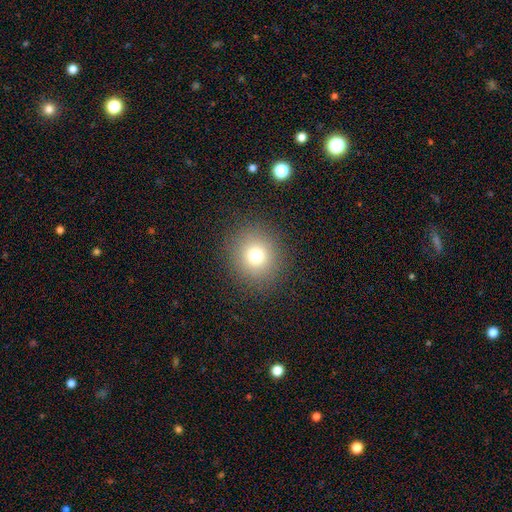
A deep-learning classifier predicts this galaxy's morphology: Smooth or featured? smooth (73%)
How rounded? round (89%)
Merging? none (88%)